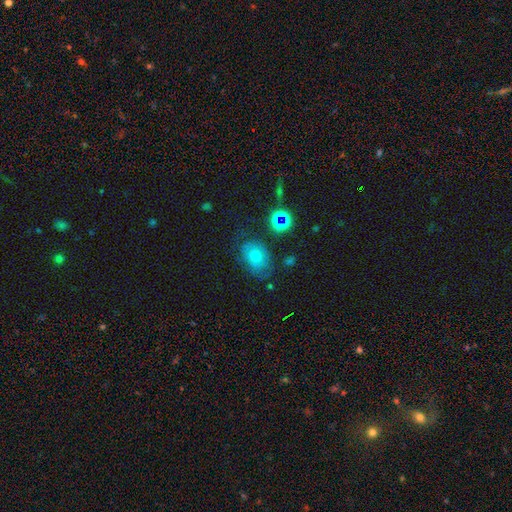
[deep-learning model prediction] A smooth galaxy with no disk features (58%) that is in between round and cigar-shaped (66%).

Vote fractions:
- Smooth or featured? smooth: 58% / featured or disk: 25% / star or artifact: 17%
- How rounded? in between: 66% / round: 33% / cigar-shaped: 1%
- Merging? none: 60% / minor disturbance: 25% / major disturbance: 12% / merger: 3%